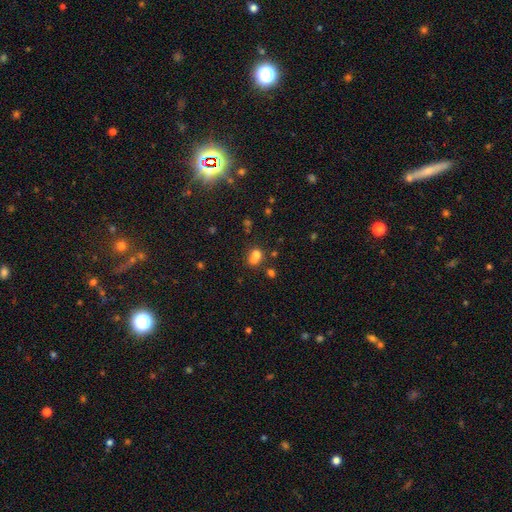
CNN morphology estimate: Smooth or featured? smooth (70%)
How rounded? round (62%)
Merging? merger (54%)